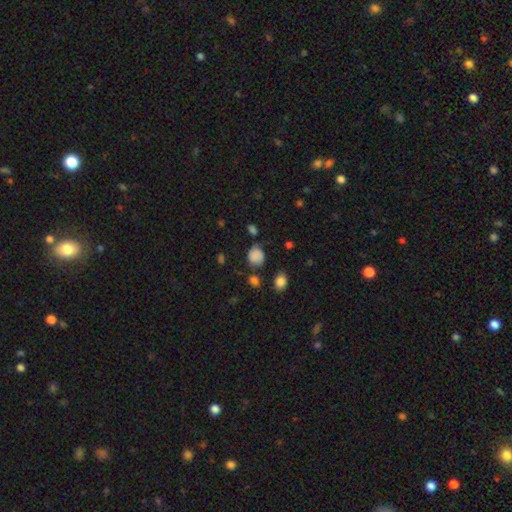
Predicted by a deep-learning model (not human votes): smooth_or_featured: smooth (p=0.80) [alt: star or artifact p=0.12]
how_rounded: round (p=0.66) [alt: in between p=0.33]
merging: none (p=0.58) [alt: minor disturbance p=0.27]